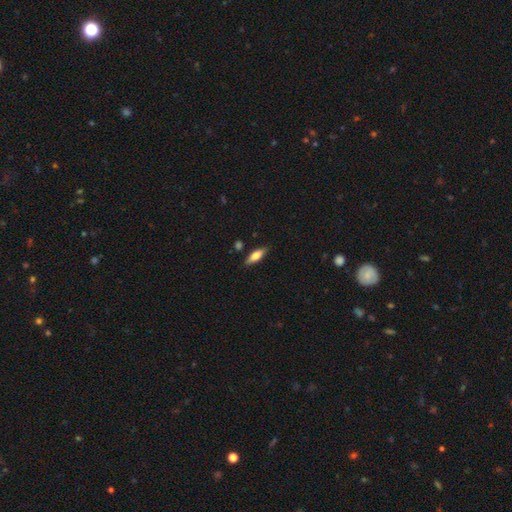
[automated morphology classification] Smooth or featured?
  - smooth: 60% *
  - featured or disk: 33%
  - star or artifact: 6%
How rounded?
  - in between: 53% *
  - cigar-shaped: 44%
  - round: 2%
Merging?
  - none: 86% *
  - minor disturbance: 10%
  - merger: 2%
  - major disturbance: 2%